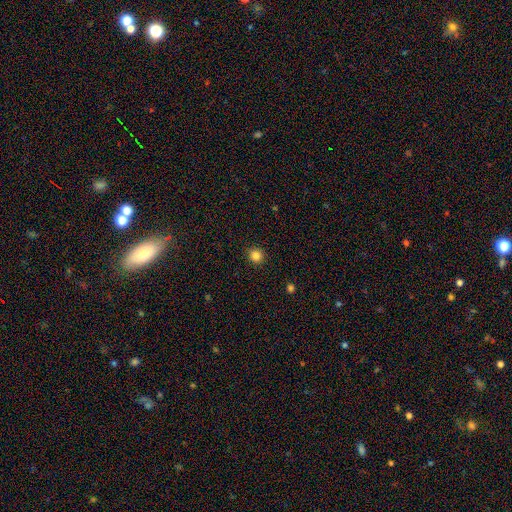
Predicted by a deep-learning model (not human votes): The model was most divided on "smooth or featured": smooth: 84%, star or artifact: 12%, featured or disk: 4%. More confident: how rounded — round (92%); merging — none (92%).